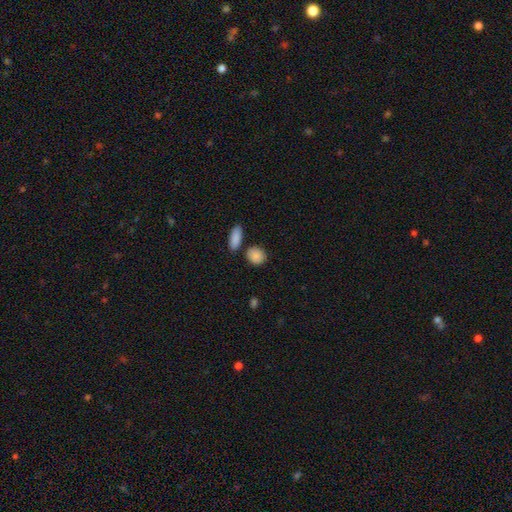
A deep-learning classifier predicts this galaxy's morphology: Smooth or featured: smooth — 89% (star or artifact — 7%)
How rounded: round — 61% (in between — 37%)
Merging: none — 77% (minor disturbance — 11%)